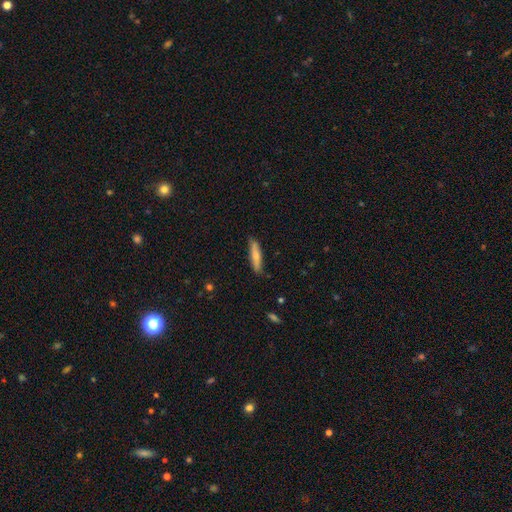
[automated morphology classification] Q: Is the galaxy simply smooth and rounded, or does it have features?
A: smooth — 68%.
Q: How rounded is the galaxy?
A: cigar-shaped — 83%.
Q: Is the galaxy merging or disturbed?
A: none — 85%.